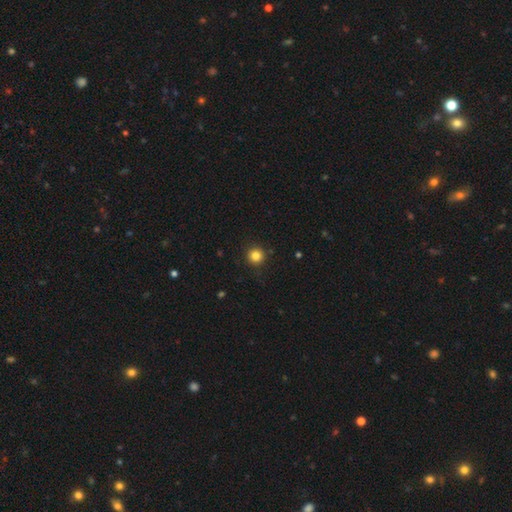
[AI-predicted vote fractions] Smooth or featured: smooth — 84% (star or artifact — 12%)
How rounded: round — 95% (in between — 4%)
Merging: none — 91% (minor disturbance — 6%)